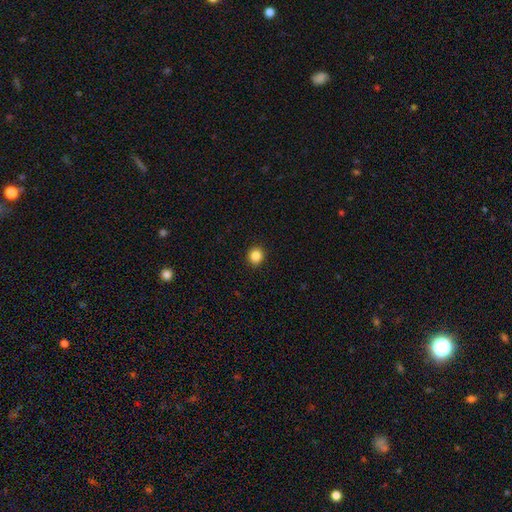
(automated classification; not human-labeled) smooth 86%, star or artifact 11%, featured or disk 3%. Down the decision tree: how rounded — round (89%); merging — none (92%).